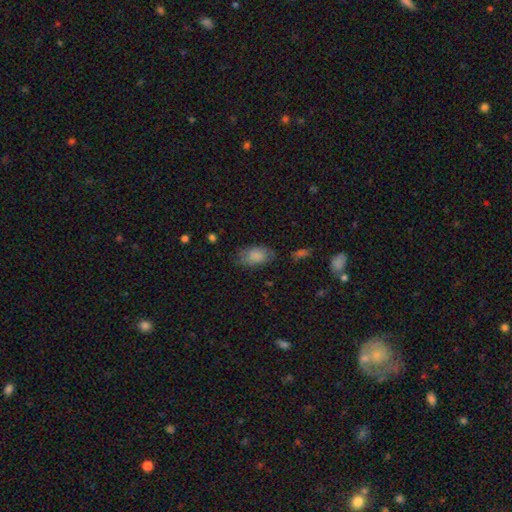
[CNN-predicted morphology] A smooth galaxy with no disk features (80%) that is in between round and cigar-shaped (92%). Merging: none (70%).